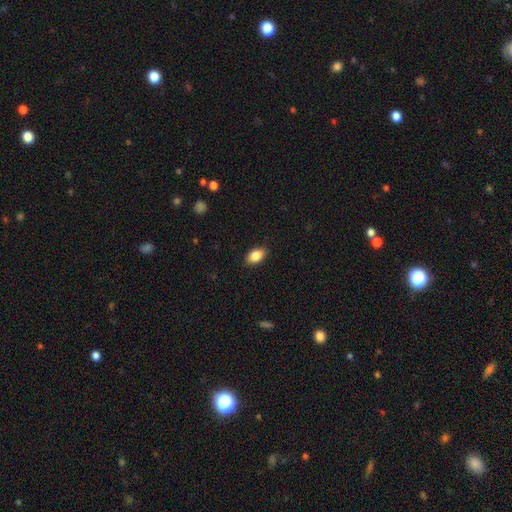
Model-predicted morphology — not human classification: Smooth or featured? smooth (85%)
How rounded? in between (89%)
Merging? none (88%)